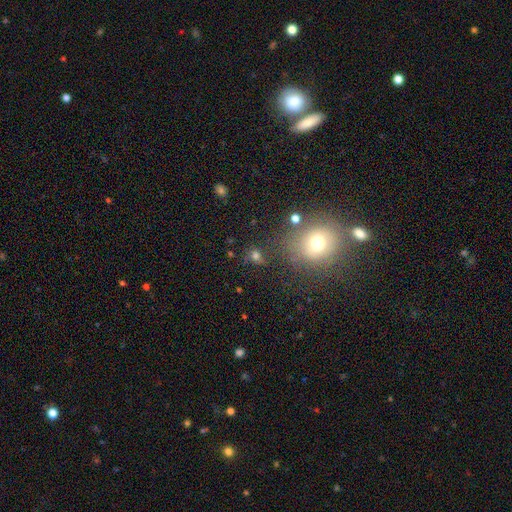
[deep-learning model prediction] Overall: smooth (65%). How rounded: round (61%; in between 37%). Merging: none (62%).